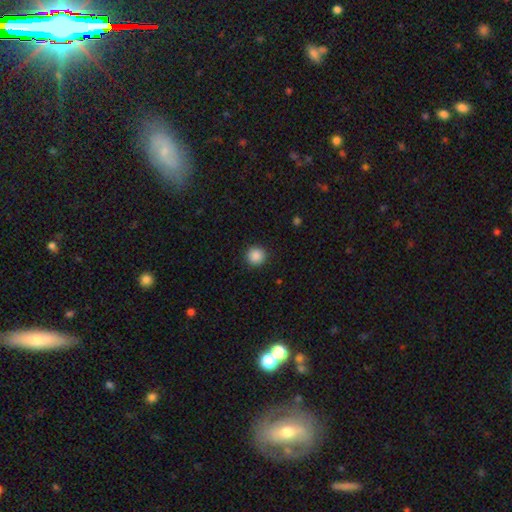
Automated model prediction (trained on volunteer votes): A smooth galaxy with no disk features (88%) that is round (95%).

Vote fractions:
- Smooth or featured? smooth: 88% / star or artifact: 9% / featured or disk: 2%
- How rounded? round: 95% / in between: 4% / cigar-shaped: 1%
- Merging? none: 92% / minor disturbance: 5% / major disturbance: 2% / merger: 1%